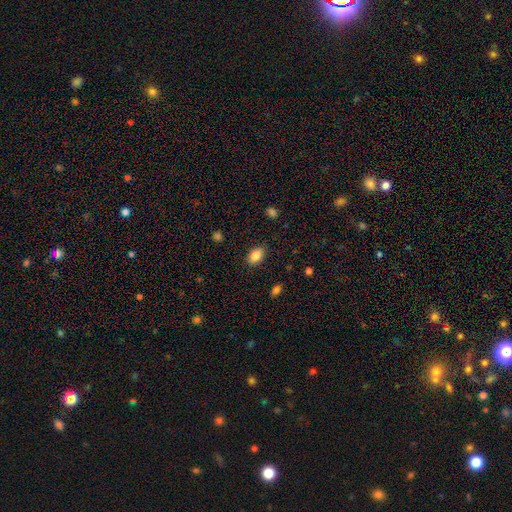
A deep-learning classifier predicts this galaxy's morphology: smooth 88%, star or artifact 8%, featured or disk 4%. Down the decision tree: how rounded — in between (87%); merging — none (86%).